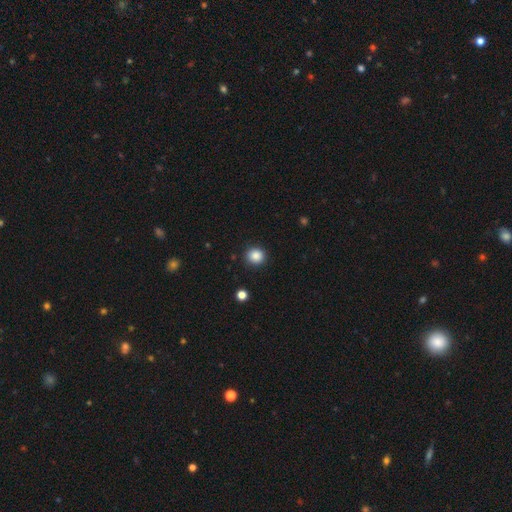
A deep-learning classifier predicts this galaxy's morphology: Smooth or featured? Predicted: smooth (p=0.86). How rounded? Predicted: round (p=0.87). Merging? Predicted: none (p=0.90).